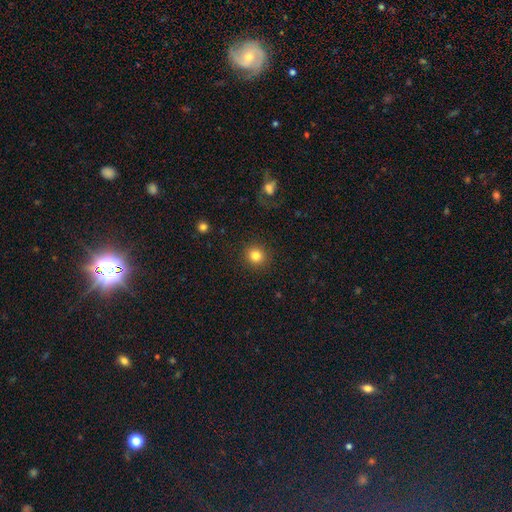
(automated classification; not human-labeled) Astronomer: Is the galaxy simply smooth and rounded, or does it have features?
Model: smooth — 83%.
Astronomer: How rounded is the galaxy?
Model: round — 91%.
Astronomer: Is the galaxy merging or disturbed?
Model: none — 90%.